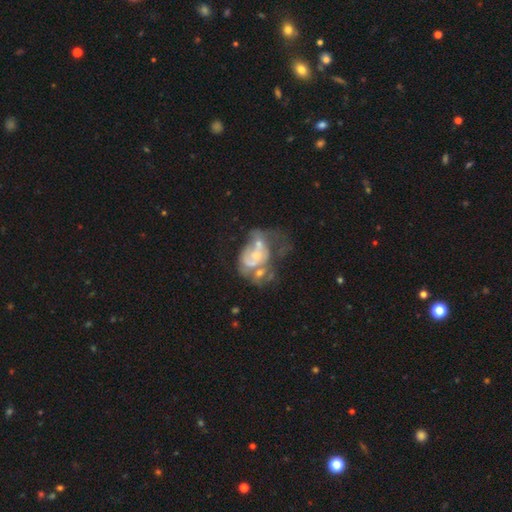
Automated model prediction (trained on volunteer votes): This is likely a featured or disk galaxy (66%). It is clearly not viewed edge-on (98%). Bar: clearly no (83%). Spiral arm pattern: likely no (61%). Central bulge: marginally small (43%). Merging: possibly merger (56%).